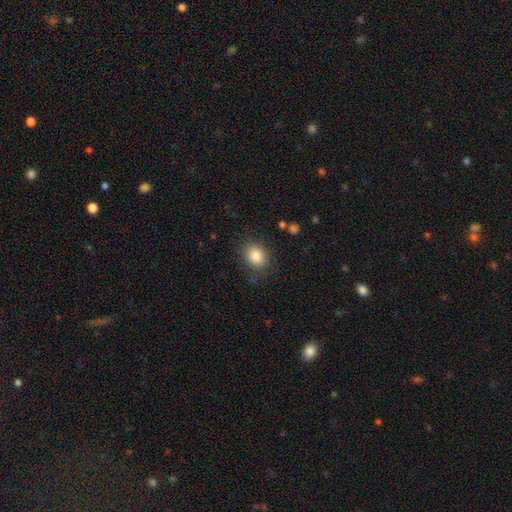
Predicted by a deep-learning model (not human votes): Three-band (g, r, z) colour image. It shows a smooth galaxy with no disk features (85%) that is round (51%). Merging: none (84%).